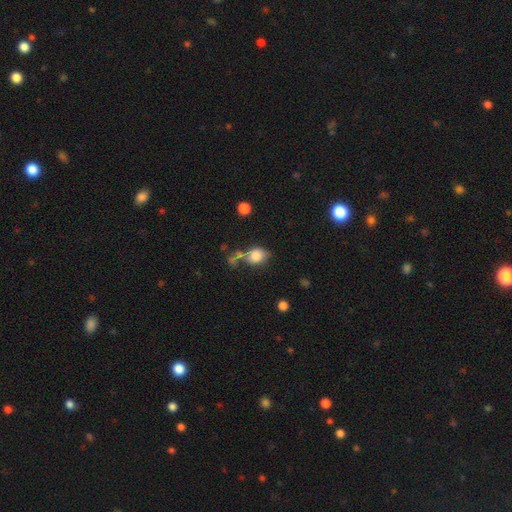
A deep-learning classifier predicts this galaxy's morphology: smooth-or-featured: smooth: 82% | featured or disk: 9% | star or artifact: 9%
  how-rounded: round: 52% | in between: 47% | cigar-shaped: 1%
  merging: none: 47% | merger: 24% | minor disturbance: 20% | major disturbance: 9%